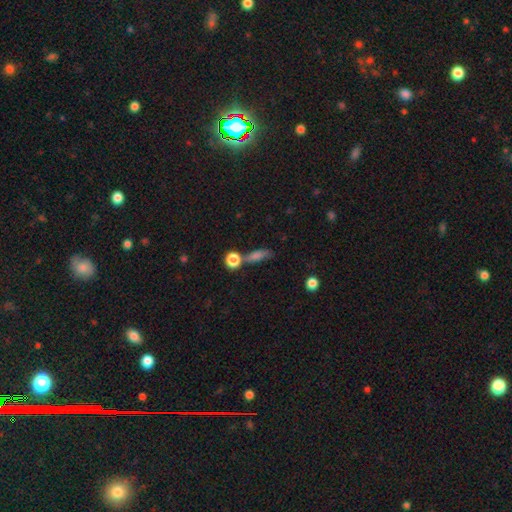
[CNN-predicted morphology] Q: Smooth or featured?
A: smooth (62%); runner-up: star or artifact (21%)
Q: How rounded?
A: in between (40%); runner-up: cigar-shaped (39%)
Q: Merging?
A: none (61%); runner-up: merger (19%)